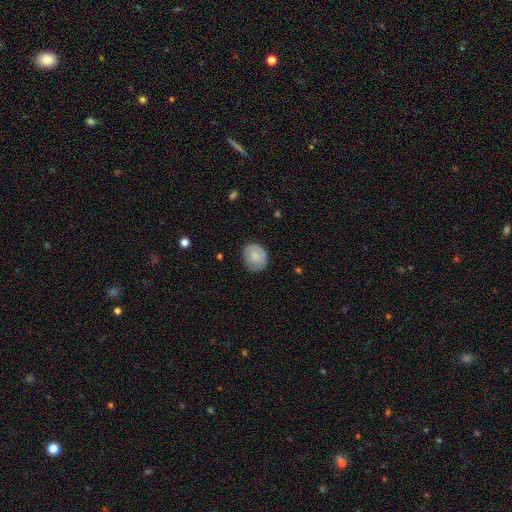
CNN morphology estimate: A smooth galaxy with no disk features (79%) that is round (69%).

Vote fractions:
- Smooth or featured? smooth: 79% / featured or disk: 14% / star or artifact: 7%
- How rounded? round: 69% / in between: 30% / cigar-shaped: 1%
- Merging? none: 79% / minor disturbance: 17% / major disturbance: 4% / merger: 1%